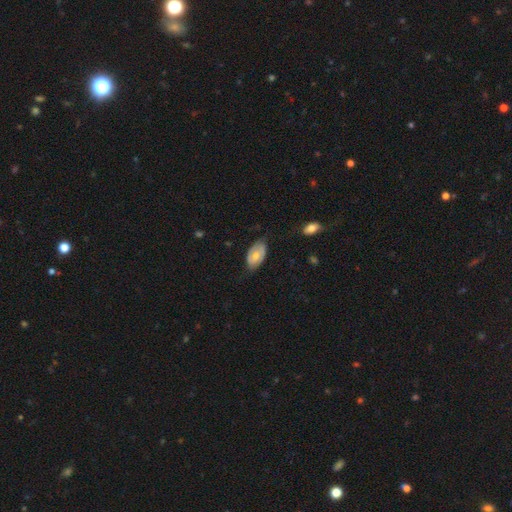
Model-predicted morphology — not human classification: Q: Smooth or featured?
A: smooth (52%); runner-up: featured or disk (42%)
Q: How rounded?
A: in between (92%); runner-up: round (6%)
Q: Merging?
A: none (63%); runner-up: minor disturbance (28%)